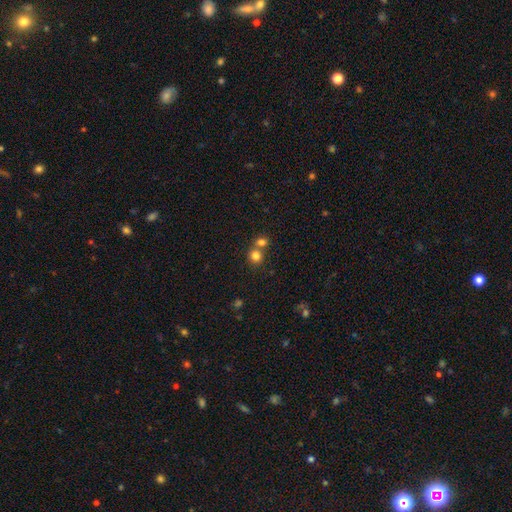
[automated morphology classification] Smooth or featured: smooth — 80% (star or artifact — 13%)
How rounded: round — 81% (in between — 18%)
Merging: none — 50% (merger — 42%)